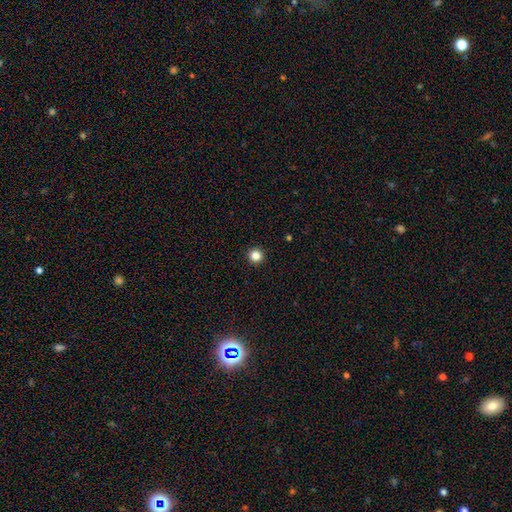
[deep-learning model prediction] Smooth or featured: smooth — 84% (star or artifact — 12%)
How rounded: round — 96% (in between — 3%)
Merging: none — 94% (minor disturbance — 4%)